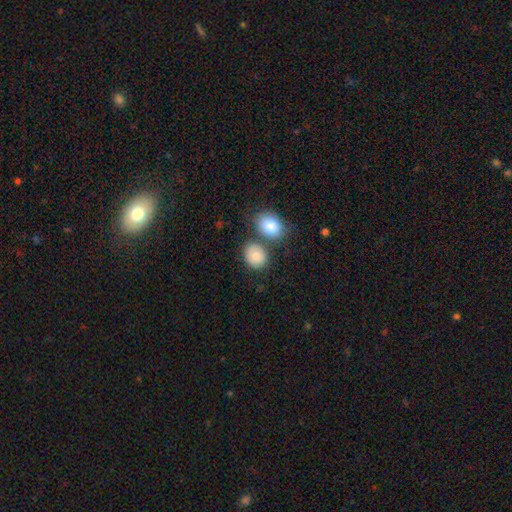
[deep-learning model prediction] Q: Smooth or featured?
A: smooth (83%); runner-up: featured or disk (9%)
Q: How rounded?
A: round (53%); runner-up: in between (46%)
Q: Merging?
A: none (63%); runner-up: merger (21%)